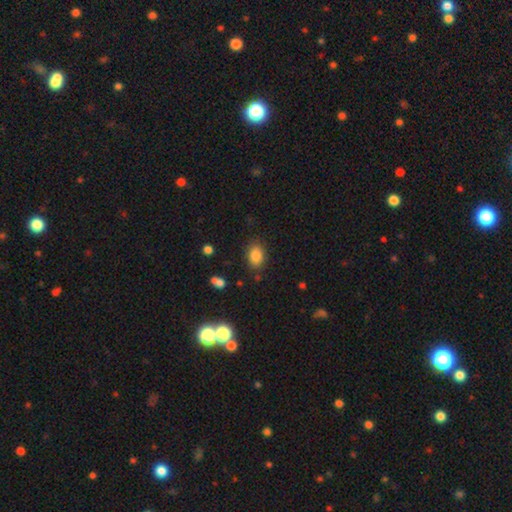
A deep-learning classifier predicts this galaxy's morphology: Smooth or featured: smooth — 84% (star or artifact — 10%)
How rounded: in between — 76% (round — 22%)
Merging: none — 81% (minor disturbance — 13%)